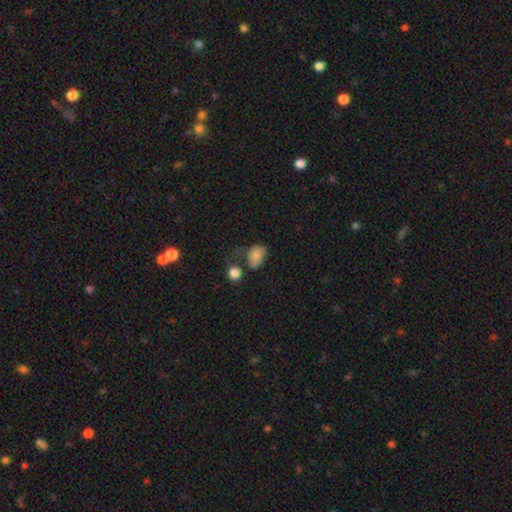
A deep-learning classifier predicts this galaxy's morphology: A smooth galaxy with no disk features (79%) that is in between round and cigar-shaped (71%).

Vote fractions:
- Smooth or featured? smooth: 79% / star or artifact: 11% / featured or disk: 10%
- How rounded? in between: 71% / round: 28% / cigar-shaped: 1%
- Merging? none: 42% / minor disturbance: 30% / merger: 15% / major disturbance: 13%